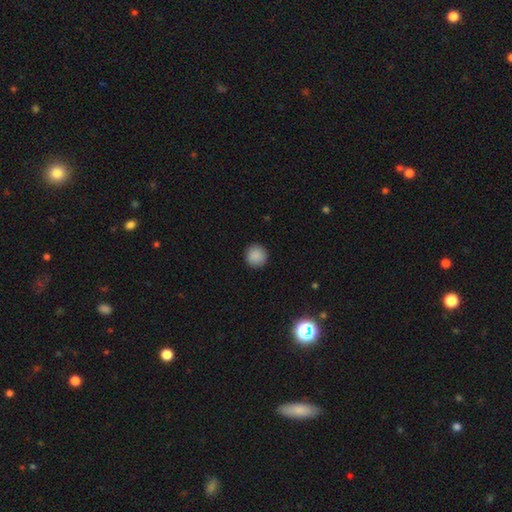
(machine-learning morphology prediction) The model was most divided on "smooth or featured": smooth: 88%, star or artifact: 9%, featured or disk: 3%. More confident: how rounded — round (95%); merging — none (92%).